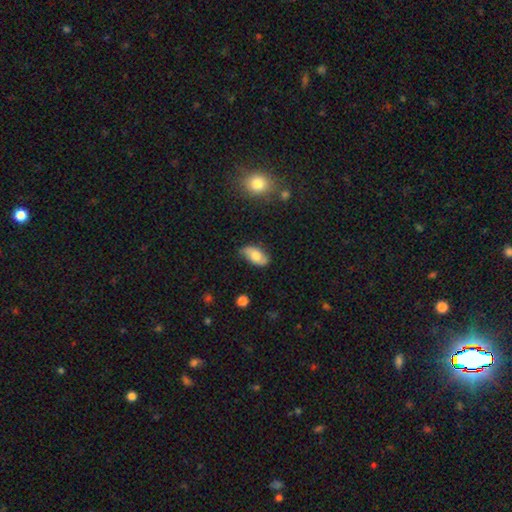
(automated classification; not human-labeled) Smooth or featured? smooth (60%)
How rounded? in between (91%)
Merging? none (74%)